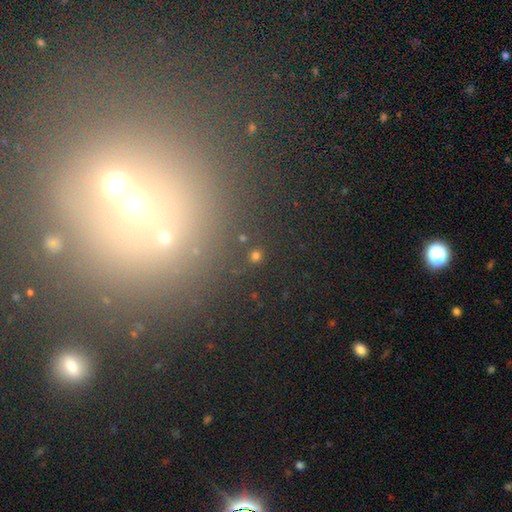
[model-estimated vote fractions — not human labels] This is possibly a smooth galaxy (48%). Merging: clearly none (84%).